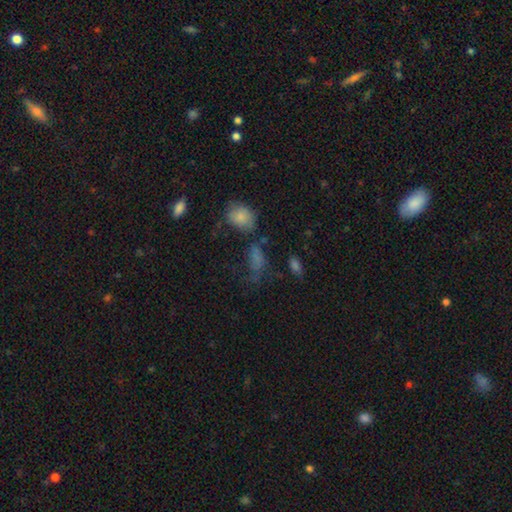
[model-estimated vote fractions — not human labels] Overall: smooth (58%; star or artifact 25%). How rounded: in between (73%). Merging: none (44%; major disturbance 23%).